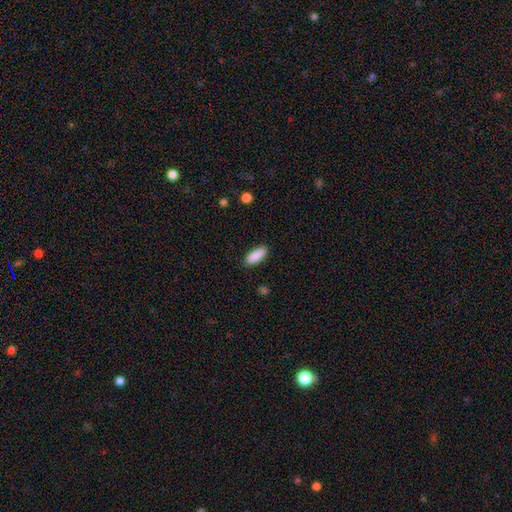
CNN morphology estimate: Overall: smooth (88%). How rounded: in between (74%). Merging: none (85%).